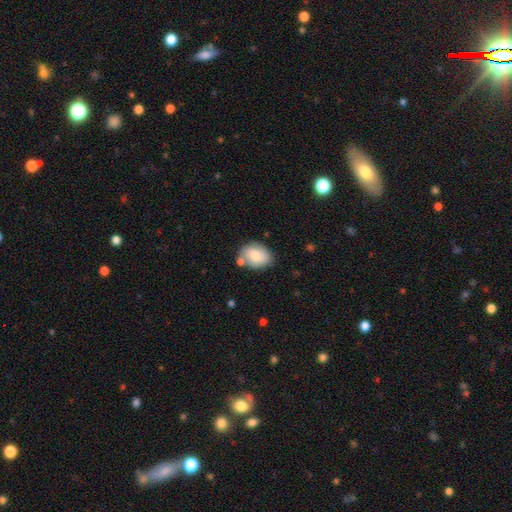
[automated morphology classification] Overall: smooth (74%). How rounded: in between (69%; round 30%). Merging: none (61%).